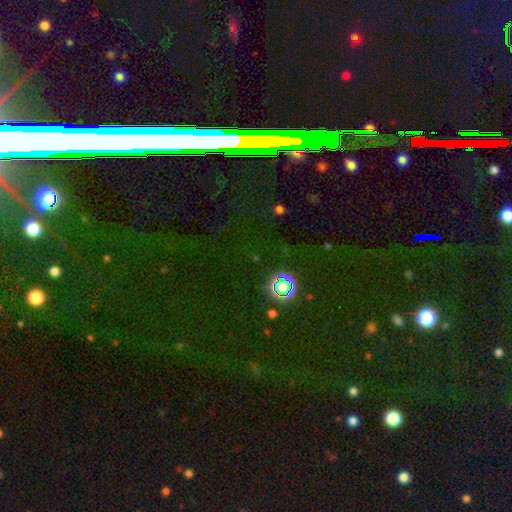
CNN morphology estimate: smooth-or-featured: star or artifact: 53% | featured or disk: 26% | smooth: 21%